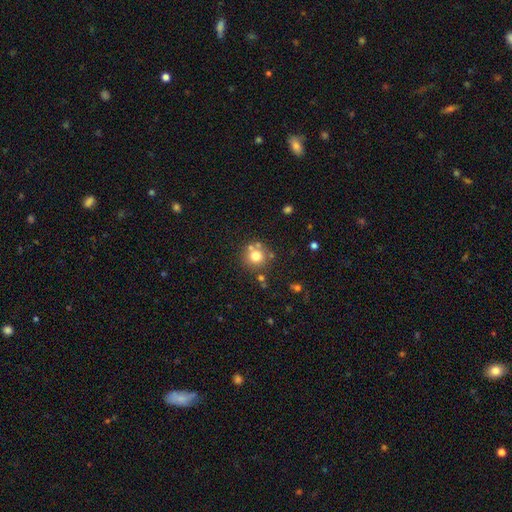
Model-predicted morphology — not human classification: type=smooth (74%); roundness=round (92%); merging=none (73%).